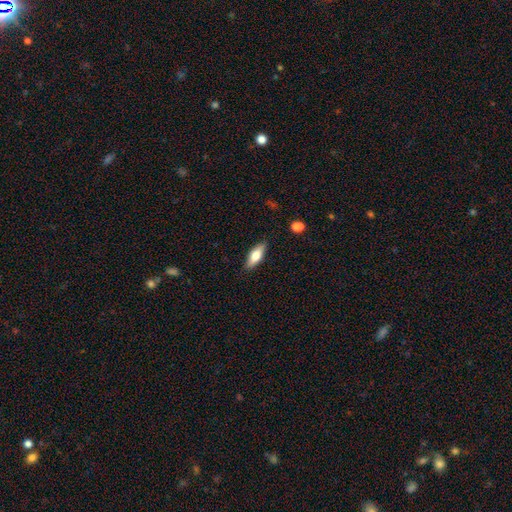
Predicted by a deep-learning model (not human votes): smooth_or_featured: smooth (p=0.71) [alt: featured or disk p=0.23]
how_rounded: in between (p=0.67) [alt: cigar-shaped p=0.31]
merging: none (p=0.86) [alt: minor disturbance p=0.10]